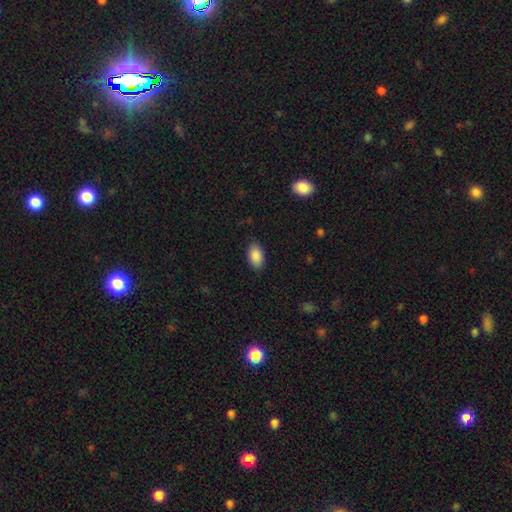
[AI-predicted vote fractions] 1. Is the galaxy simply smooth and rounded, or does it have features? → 89% smooth, 7% star or artifact, 4% featured or disk.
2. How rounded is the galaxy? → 93% in between, 5% round, 2% cigar-shaped.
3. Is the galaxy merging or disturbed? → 86% none, 10% minor disturbance, 3% major disturbance, 1% merger.